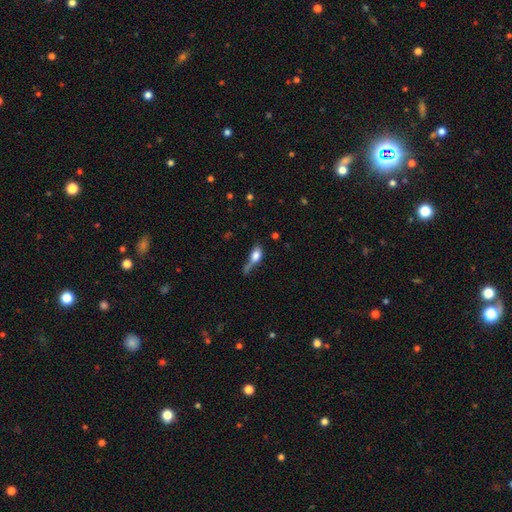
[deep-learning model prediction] Smooth or featured?
  - smooth: 70% *
  - featured or disk: 20%
  - star or artifact: 10%
How rounded?
  - in between: 71% *
  - cigar-shaped: 17%
  - round: 13%
Merging?
  - major disturbance: 30% *
  - none: 26%
  - minor disturbance: 24%
  - merger: 21%